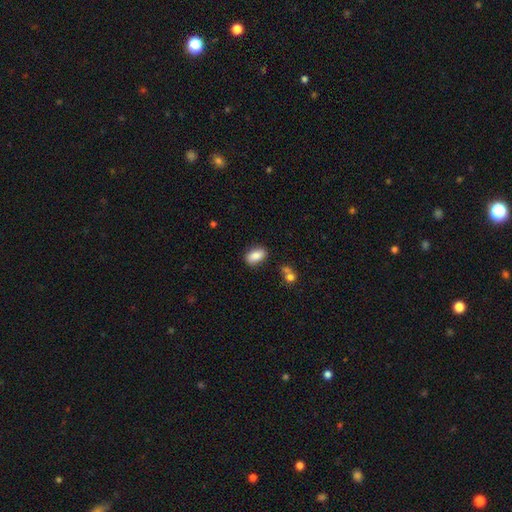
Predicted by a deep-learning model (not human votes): This appears to be a smooth galaxy with no disk features (83%) that is in between round and cigar-shaped (89%). Merging: none (78%).